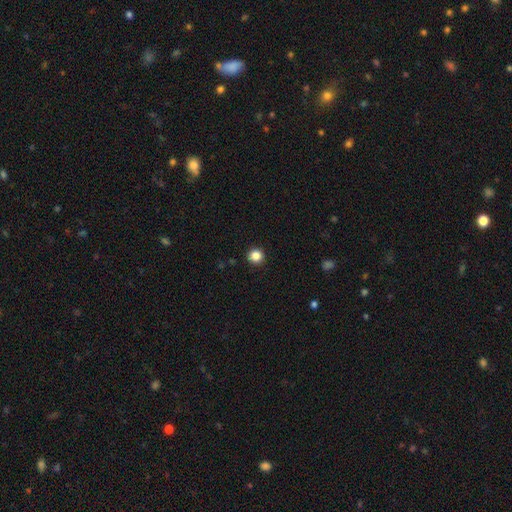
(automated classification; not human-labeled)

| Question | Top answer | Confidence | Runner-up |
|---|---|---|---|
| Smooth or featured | smooth | 85% | star or artifact (11%) |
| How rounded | round | 93% | in between (6%) |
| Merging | none | 93% | minor disturbance (5%) |